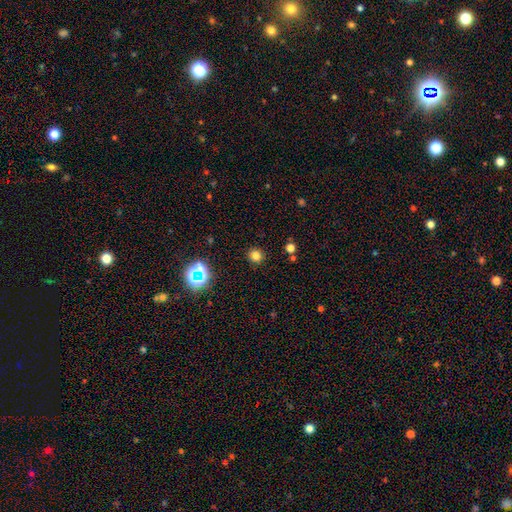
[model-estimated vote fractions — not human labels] This is likely a smooth galaxy (76%). How rounded: clearly round (93%). Merging: clearly none (90%).